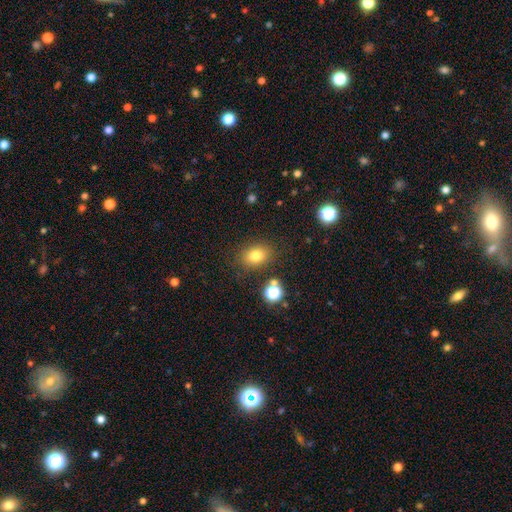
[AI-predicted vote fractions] This appears to be a smooth galaxy with no disk features (77%) that is in between round and cigar-shaped (65%). Merging: none (81%).